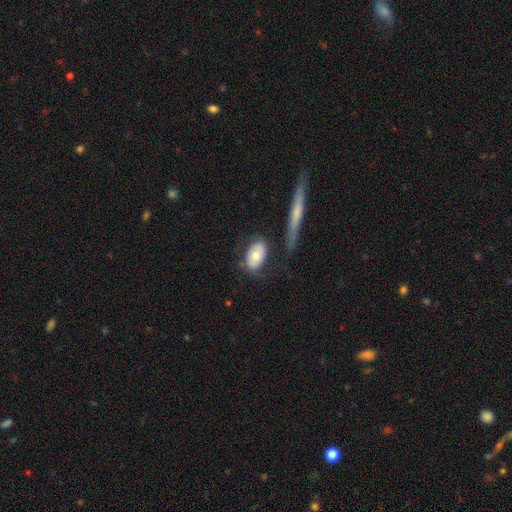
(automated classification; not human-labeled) The model was most divided on "smooth or featured": smooth: 68%, featured or disk: 26%, star or artifact: 6%. More confident: how rounded — in between (89%); merging — none (64%).